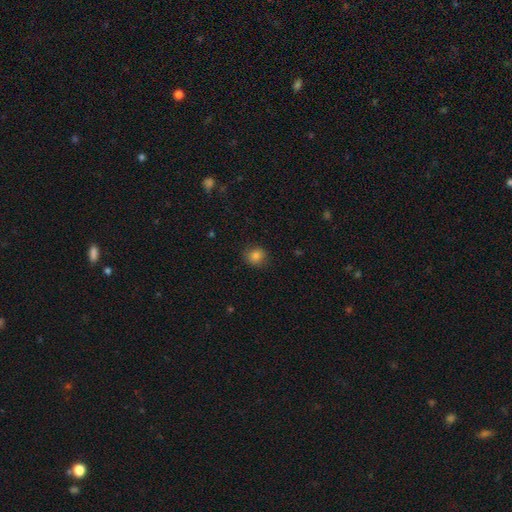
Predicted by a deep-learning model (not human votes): Smooth or featured?
  - smooth: 83% *
  - star or artifact: 12%
  - featured or disk: 5%
How rounded?
  - round: 80% *
  - in between: 19%
  - cigar-shaped: 1%
Merging?
  - none: 86% *
  - minor disturbance: 10%
  - major disturbance: 3%
  - merger: 1%